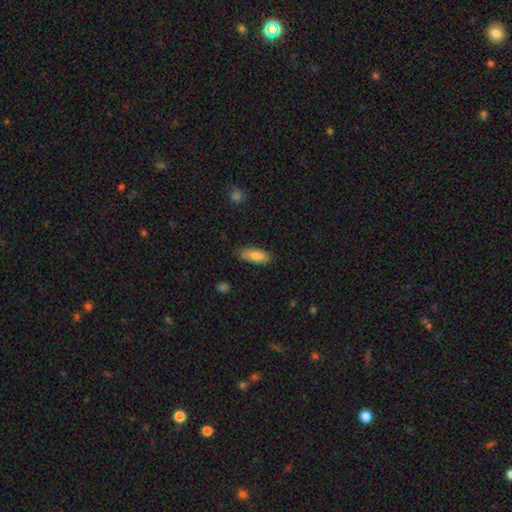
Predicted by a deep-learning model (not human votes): This is clearly a smooth galaxy (81%). How rounded: likely in between (77%). Merging: clearly none (84%).